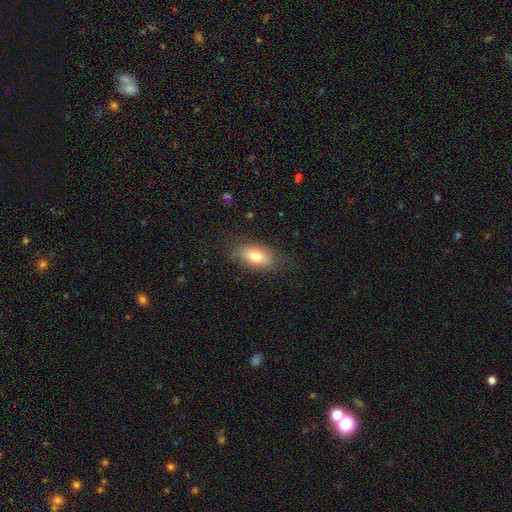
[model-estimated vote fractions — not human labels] Smooth or featured: smooth — 76% (featured or disk — 16%)
How rounded: in between — 88% (cigar-shaped — 6%)
Merging: none — 79% (minor disturbance — 15%)